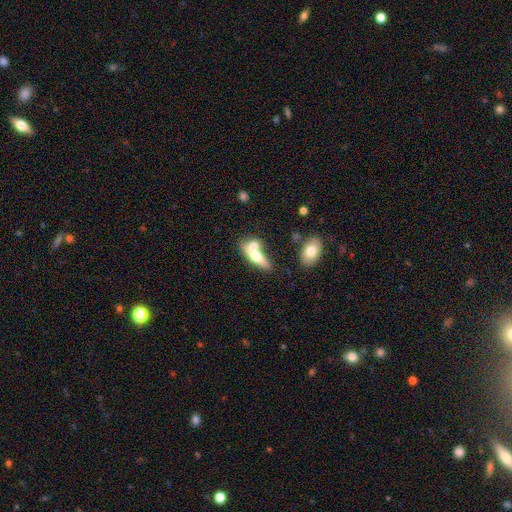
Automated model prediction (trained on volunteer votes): smooth-or-featured: smooth: 59% | featured or disk: 34% | star or artifact: 7%
  how-rounded: in between: 57% | cigar-shaped: 35% | round: 8%
  merging: merger: 56% | none: 28% | minor disturbance: 10% | major disturbance: 6%